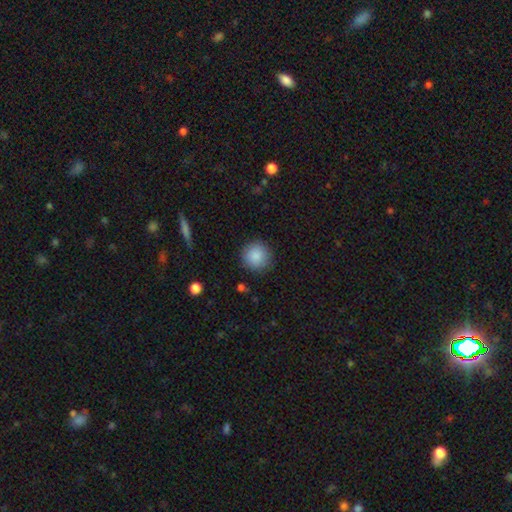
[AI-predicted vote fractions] smooth 88%, star or artifact 8%, featured or disk 4%. Down the decision tree: how rounded — round (94%); merging — none (89%).